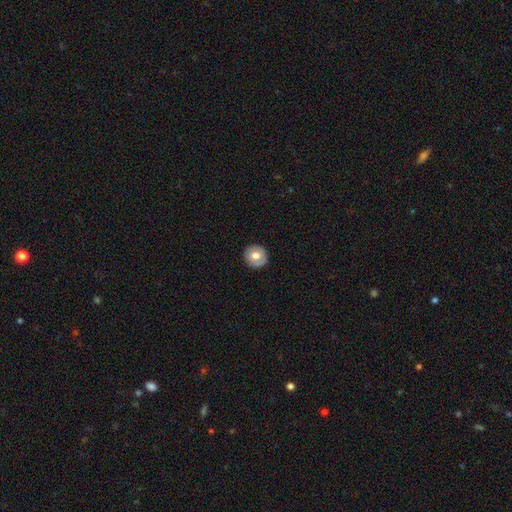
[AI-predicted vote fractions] Smooth or featured? smooth (68%)
How rounded? round (93%)
Merging? none (89%)